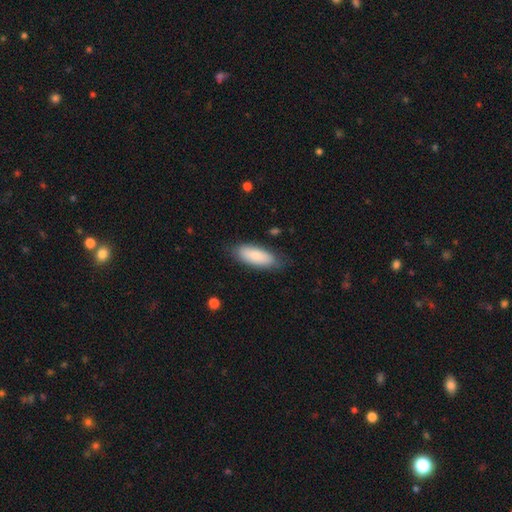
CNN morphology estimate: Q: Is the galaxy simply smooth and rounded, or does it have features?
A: smooth — 85%.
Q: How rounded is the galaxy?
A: in between — 73%.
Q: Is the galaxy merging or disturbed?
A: none — 80%.